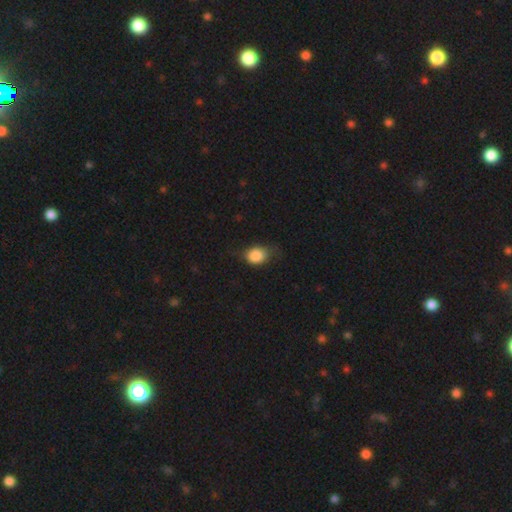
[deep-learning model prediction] Smooth or featured? smooth (84%)
How rounded? in between (50%)
Merging? none (59%)